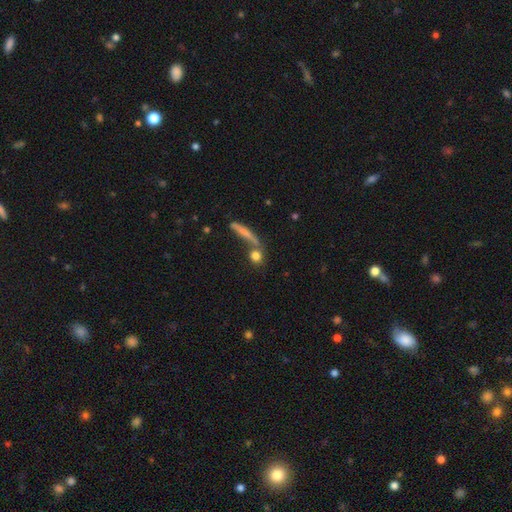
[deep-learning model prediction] Smooth or featured? smooth (76%)
How rounded? round (71%)
Merging? none (62%)